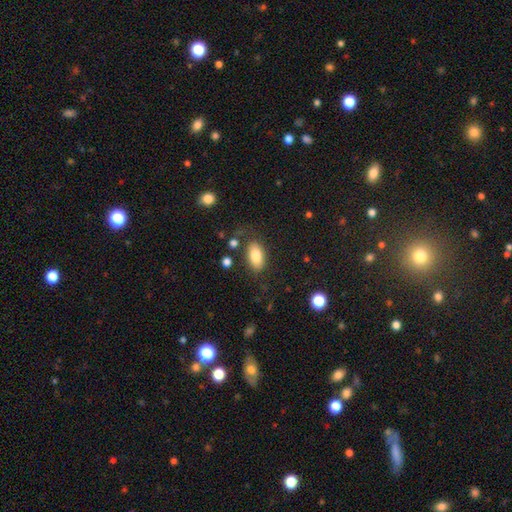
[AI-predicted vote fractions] smooth 82%, featured or disk 10%, star or artifact 8%. Down the decision tree: how rounded — in between (92%); merging — none (75%).